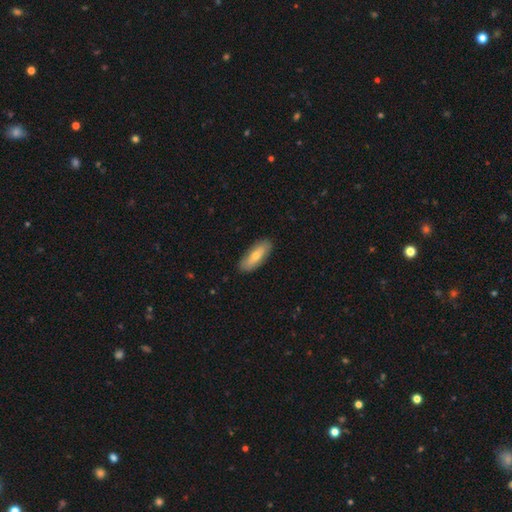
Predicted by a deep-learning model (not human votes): Q: Smooth or featured?
A: smooth (70%); runner-up: featured or disk (24%)
Q: How rounded?
A: in between (69%); runner-up: cigar-shaped (28%)
Q: Merging?
A: none (86%); runner-up: minor disturbance (11%)